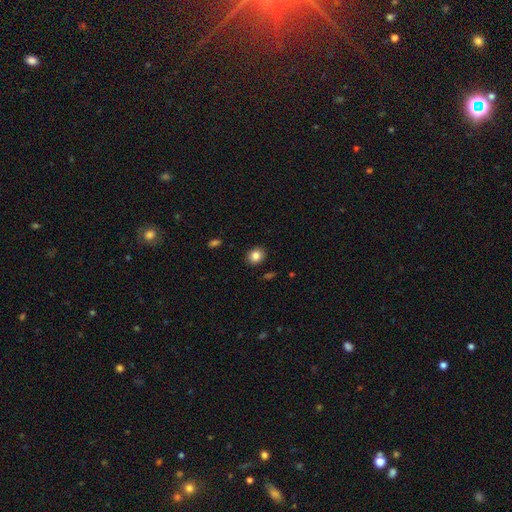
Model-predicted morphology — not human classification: The model was most divided on "how rounded": round: 59%, in between: 40%, cigar-shaped: 1%. More confident: merging — none (90%); smooth or featured — smooth (84%).